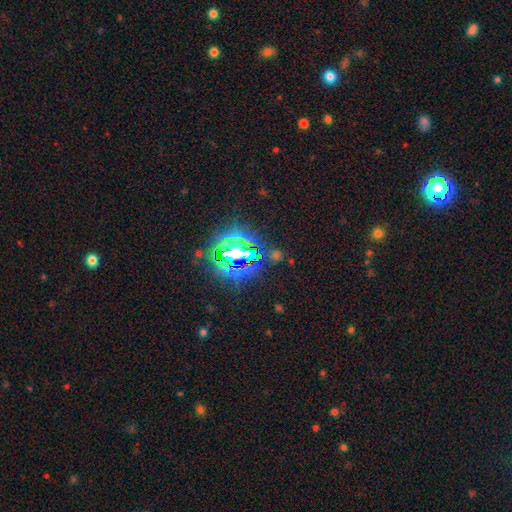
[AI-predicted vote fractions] Morphology: type=star or artifact (81%).